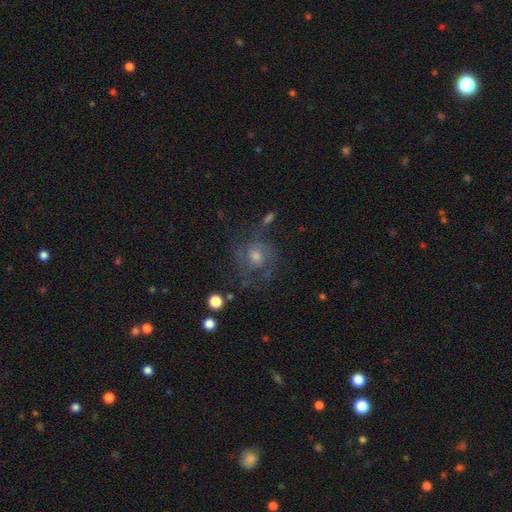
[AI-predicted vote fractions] Smooth or featured: featured or disk — 63% (smooth — 22%)
Edge-on disk: no — 97% (yes — 3%)
Bar: no — 71% (weak — 25%)
Spiral arms: yes — 85% (no — 15%)
Spiral winding: medium — 44% (tight — 42%)
Spiral arm count: 2 — 39% (can't tell — 33%)
Bulge size: moderate — 58% (small — 28%)
Merging: none — 66% (minor disturbance — 17%)